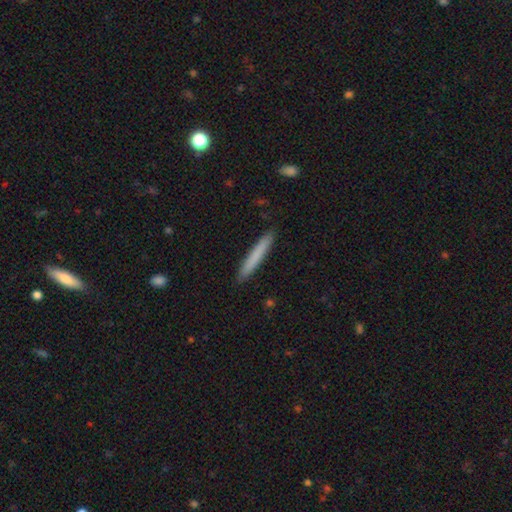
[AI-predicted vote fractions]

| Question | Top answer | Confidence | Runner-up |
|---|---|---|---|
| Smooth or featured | smooth | 76% | featured or disk (18%) |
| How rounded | cigar-shaped | 96% | in between (3%) |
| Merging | none | 91% | minor disturbance (7%) |